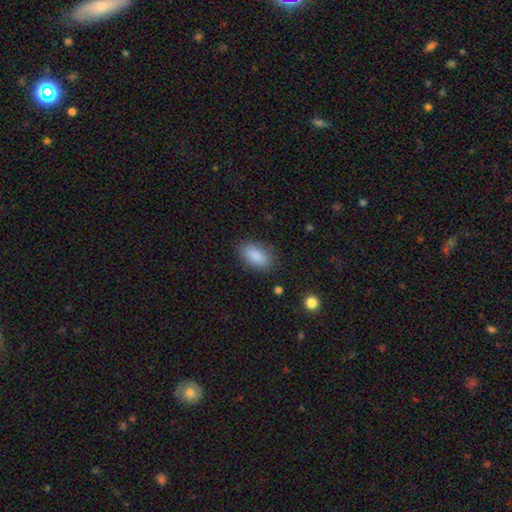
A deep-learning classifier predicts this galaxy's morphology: smooth 88%, star or artifact 7%, featured or disk 5%. Down the decision tree: how rounded — in between (92%); merging — none (84%).